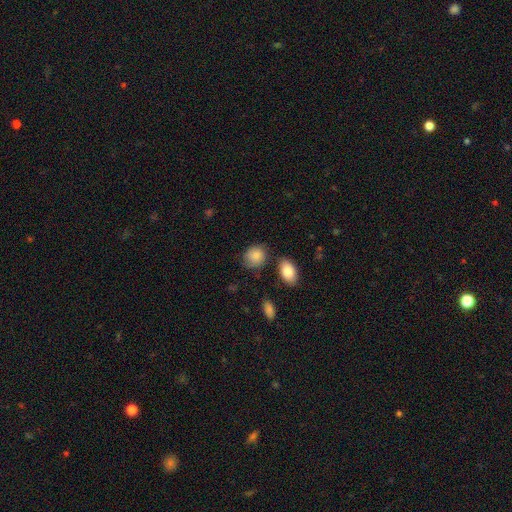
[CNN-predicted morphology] This is clearly a smooth galaxy (82%). How rounded: likely round (61%). Merging: likely none (65%).